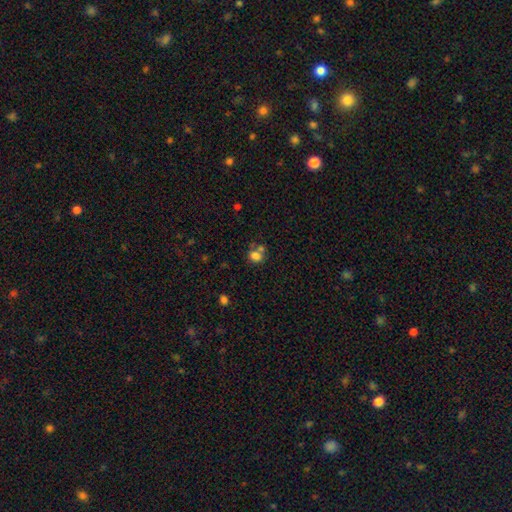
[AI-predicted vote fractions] This appears to be a smooth galaxy with no disk features (76%) that is round (56%). Merging: none (44%).